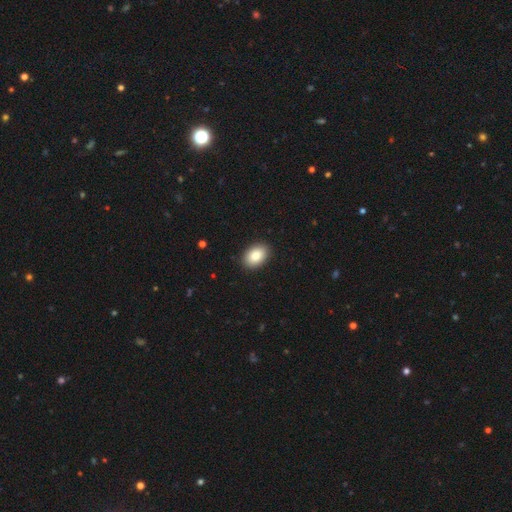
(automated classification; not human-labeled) A smooth galaxy with no disk features (86%) that is in between round and cigar-shaped (87%). Merging: none (90%).